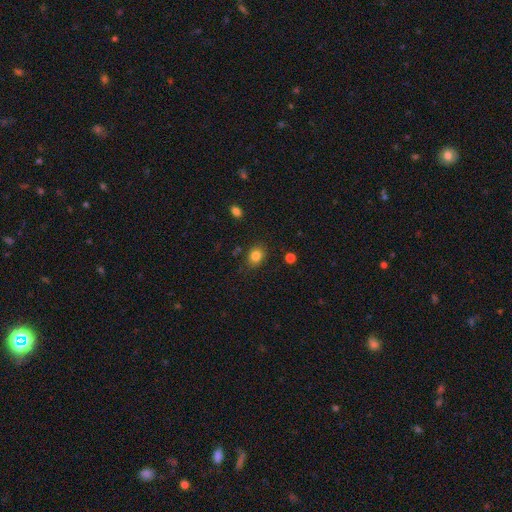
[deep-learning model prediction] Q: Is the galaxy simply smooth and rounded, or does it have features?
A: smooth — 83%.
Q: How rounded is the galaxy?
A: in between — 52%.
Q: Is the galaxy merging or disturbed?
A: none — 82%.